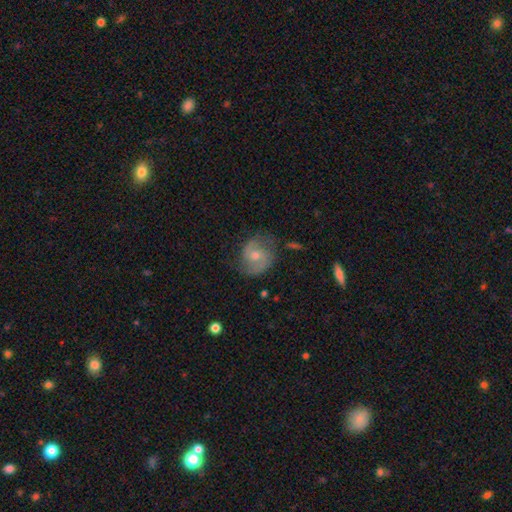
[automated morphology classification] Overall: featured or disk (70%). Edge-on disk: no (97%). Bar: no (56%; weak 38%). Spiral arms: yes (91%). Spiral arm count: 2 (86%). Spiral winding: medium (50%; tight 26%). Bulge size: moderate (57%; small 34%). Merging: none (69%).